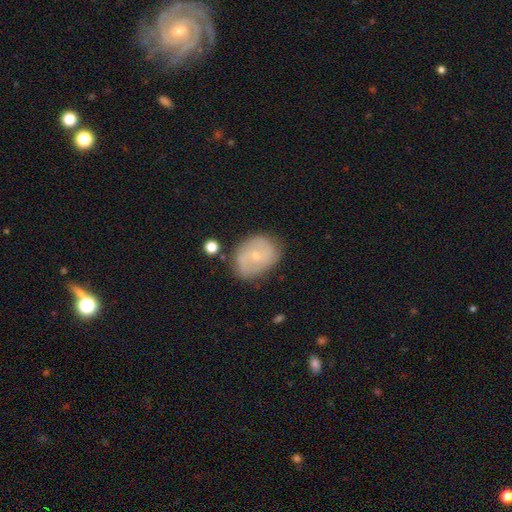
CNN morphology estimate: A featured or disk galaxy (50%).

Vote fractions:
- Smooth or featured? featured or disk: 50% / smooth: 42% / star or artifact: 8%
- Edge-on disk? no: 96% / yes: 4%
- Merging? none: 70% / minor disturbance: 21% / major disturbance: 6% / merger: 3%